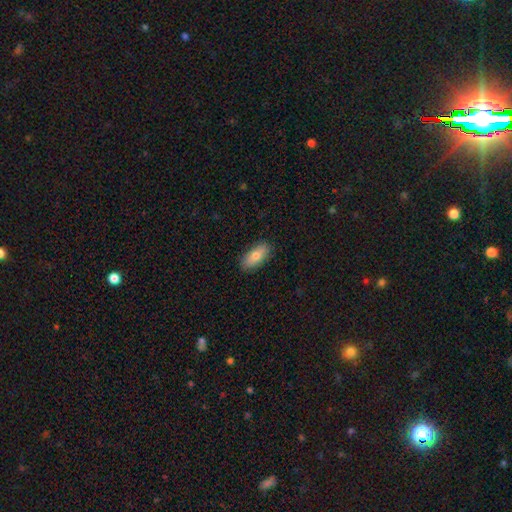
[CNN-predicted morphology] The model was most divided on "smooth or featured": smooth: 76%, featured or disk: 17%, star or artifact: 7%. More confident: merging — none (88%); how rounded — in between (86%).